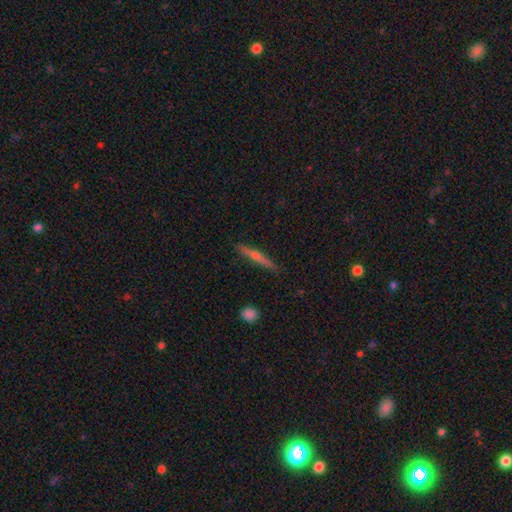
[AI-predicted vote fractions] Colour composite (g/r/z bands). It shows a featured or disk galaxy (61%) viewed edge-on (97%) with a rounded central bulge (81%). Merging: none (89%).